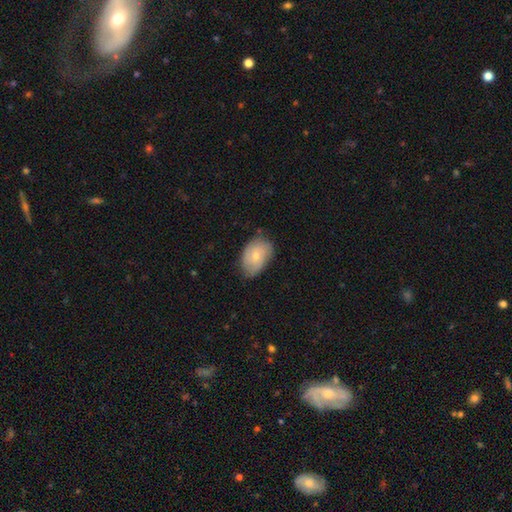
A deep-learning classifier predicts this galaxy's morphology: Q: Smooth or featured?
A: smooth (53%); runner-up: featured or disk (40%)
Q: How rounded?
A: in between (86%); runner-up: round (12%)
Q: Merging?
A: none (68%); runner-up: minor disturbance (26%)